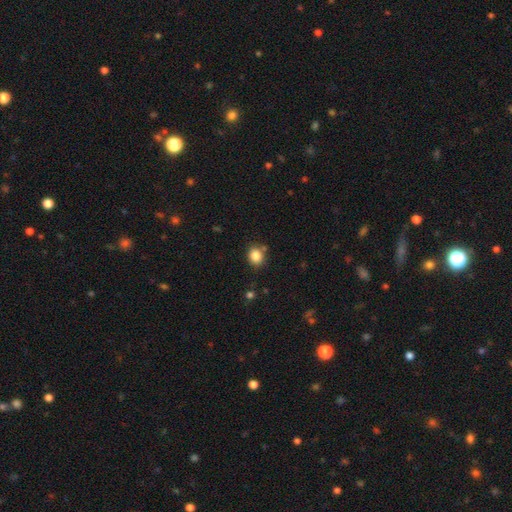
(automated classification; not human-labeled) Smooth or featured?
  - smooth: 84% *
  - star or artifact: 10%
  - featured or disk: 5%
How rounded?
  - round: 63% *
  - in between: 36%
  - cigar-shaped: 1%
Merging?
  - none: 77% *
  - minor disturbance: 13%
  - merger: 7%
  - major disturbance: 3%